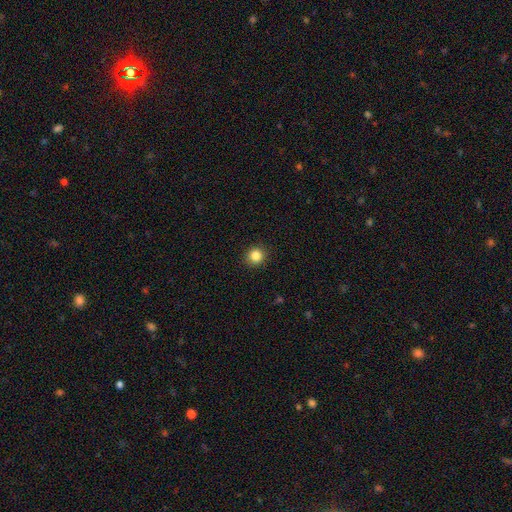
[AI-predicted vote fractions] Smooth or featured? smooth (85%)
How rounded? round (93%)
Merging? none (92%)